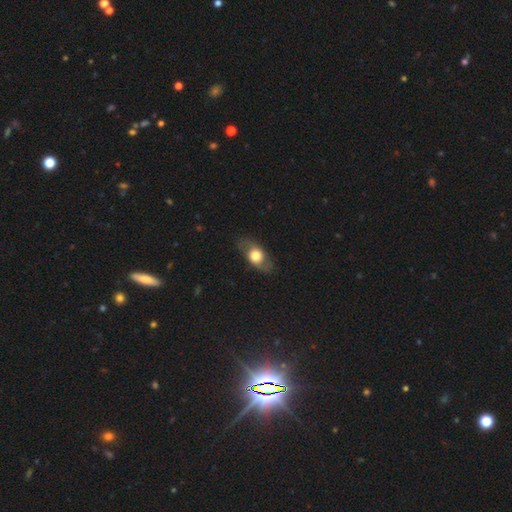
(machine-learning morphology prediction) The model was most divided on "smooth or featured": smooth: 49%, featured or disk: 44%, star or artifact: 7%. More confident: merging — none (78%).